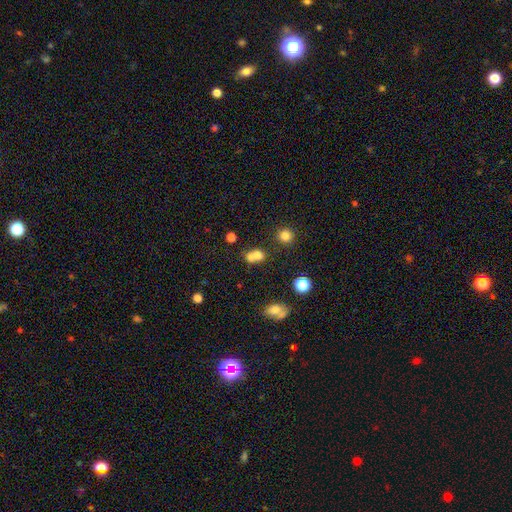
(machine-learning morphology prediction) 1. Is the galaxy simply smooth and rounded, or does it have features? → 72% smooth, 15% star or artifact, 14% featured or disk.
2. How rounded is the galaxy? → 65% round, 34% in between, 1% cigar-shaped.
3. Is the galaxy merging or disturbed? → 59% merger, 30% none, 7% minor disturbance, 4% major disturbance.